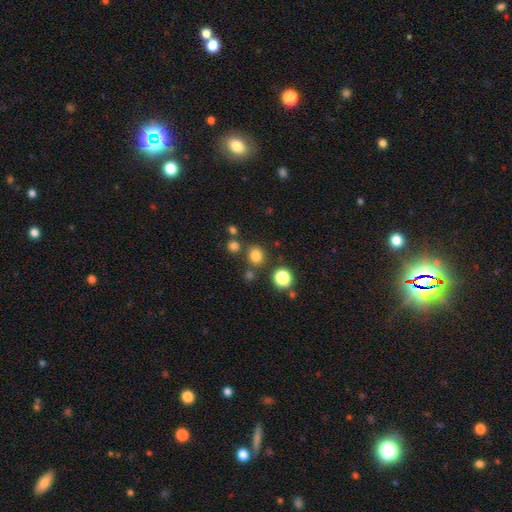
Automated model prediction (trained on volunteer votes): The model was most divided on "smooth or featured": smooth: 78%, star or artifact: 17%, featured or disk: 5%. More confident: how rounded — round (87%); merging — none (81%).